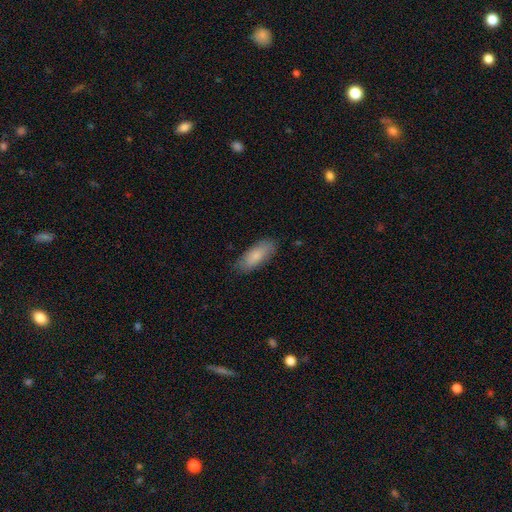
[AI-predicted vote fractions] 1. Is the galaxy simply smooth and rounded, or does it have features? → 81% smooth, 13% featured or disk, 6% star or artifact.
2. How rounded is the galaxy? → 75% in between, 23% cigar-shaped, 2% round.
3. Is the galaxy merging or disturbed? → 80% none, 16% minor disturbance, 3% major disturbance, 1% merger.